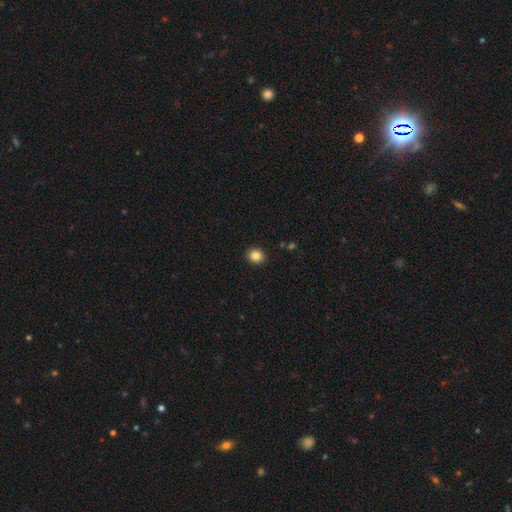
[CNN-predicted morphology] This is clearly a smooth galaxy (84%). How rounded: clearly round (83%). Merging: clearly none (92%).